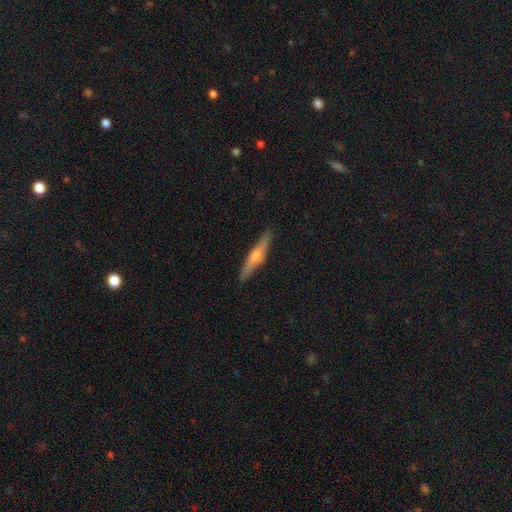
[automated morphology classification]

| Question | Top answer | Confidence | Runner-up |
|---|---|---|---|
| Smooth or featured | featured or disk | 64% | smooth (30%) |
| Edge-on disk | yes | 96% | no (4%) |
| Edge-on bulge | rounded | 88% | none (8%) |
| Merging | none | 89% | minor disturbance (8%) |